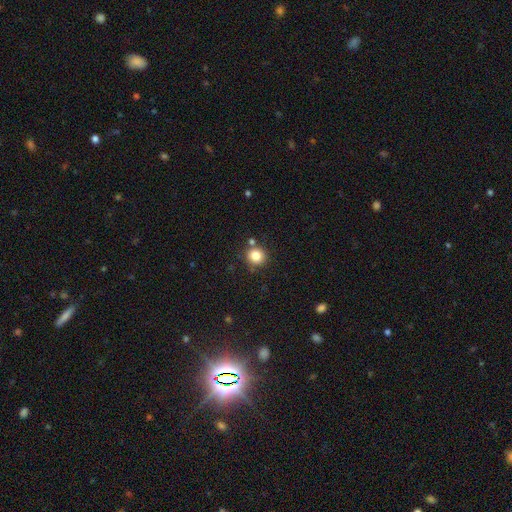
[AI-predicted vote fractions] The model was most divided on "merging": none: 80%, minor disturbance: 9%, merger: 9%, major disturbance: 3%. More confident: how rounded — round (89%); smooth or featured — smooth (83%).